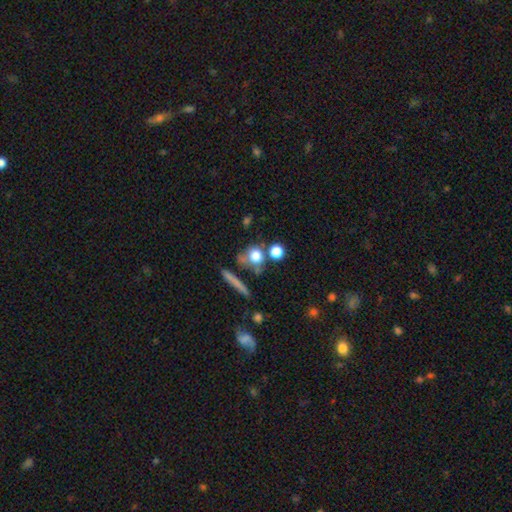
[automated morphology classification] Smooth or featured?
  - smooth: 73% *
  - featured or disk: 15%
  - star or artifact: 12%
How rounded?
  - round: 78% *
  - in between: 16%
  - cigar-shaped: 5%
Merging?
  - none: 54% *
  - merger: 24%
  - minor disturbance: 13%
  - major disturbance: 8%